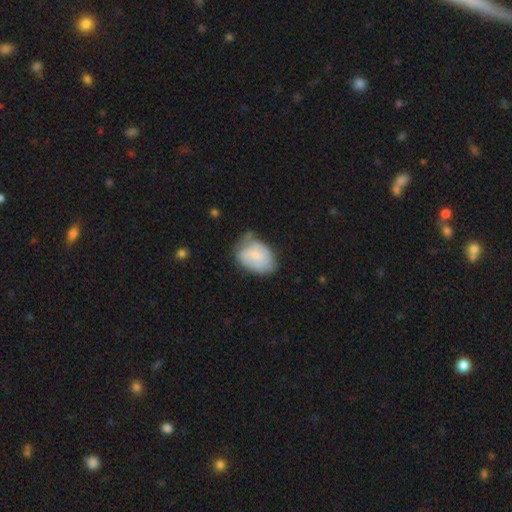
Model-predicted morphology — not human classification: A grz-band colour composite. It shows a smooth galaxy with no disk features (68%) that is in between round and cigar-shaped (80%). Merging: minor disturbance (42%).